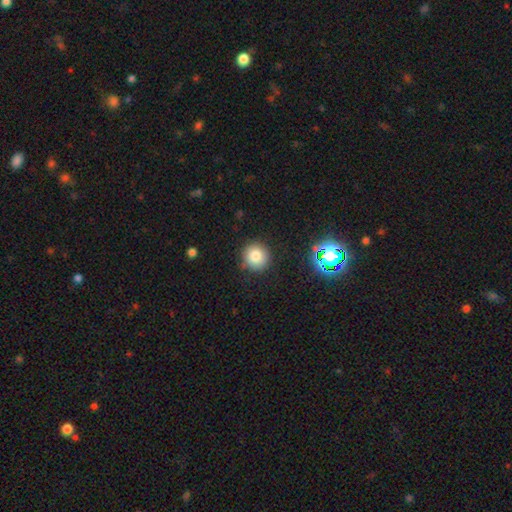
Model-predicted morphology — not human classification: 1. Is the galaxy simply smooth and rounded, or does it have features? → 80% smooth, 13% star or artifact, 7% featured or disk.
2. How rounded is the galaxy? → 93% round, 6% in between, 1% cigar-shaped.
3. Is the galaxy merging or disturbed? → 87% none, 9% minor disturbance, 2% major disturbance, 2% merger.